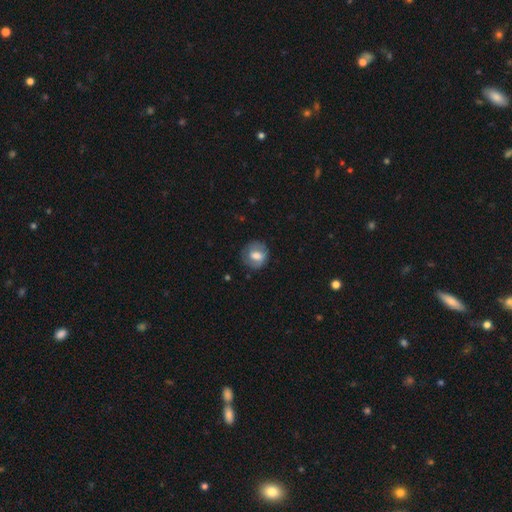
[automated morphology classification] This is possibly a smooth galaxy (57%). How rounded: likely round (77%). Merging: likely none (74%).